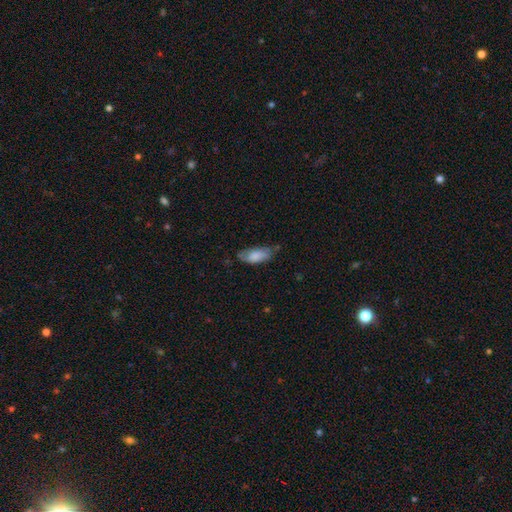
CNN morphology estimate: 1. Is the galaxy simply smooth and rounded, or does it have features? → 76% smooth, 17% featured or disk, 6% star or artifact.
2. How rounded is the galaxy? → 82% in between, 15% cigar-shaped, 2% round.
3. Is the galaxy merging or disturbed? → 56% none, 33% minor disturbance, 9% major disturbance, 2% merger.